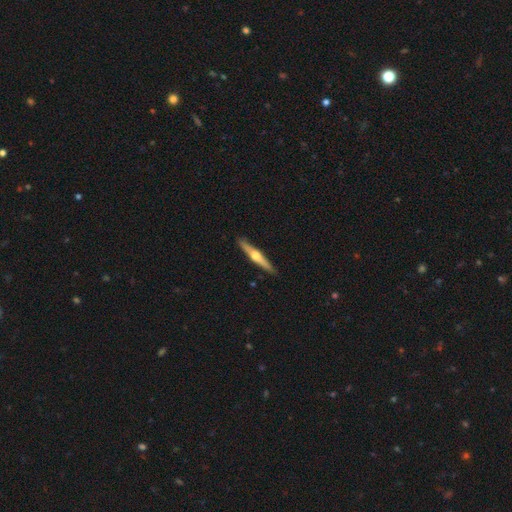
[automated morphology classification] Overall: featured or disk (70%). Edge-on disk: yes (98%). Edge-on bulge: rounded (94%). Merging: none (91%).